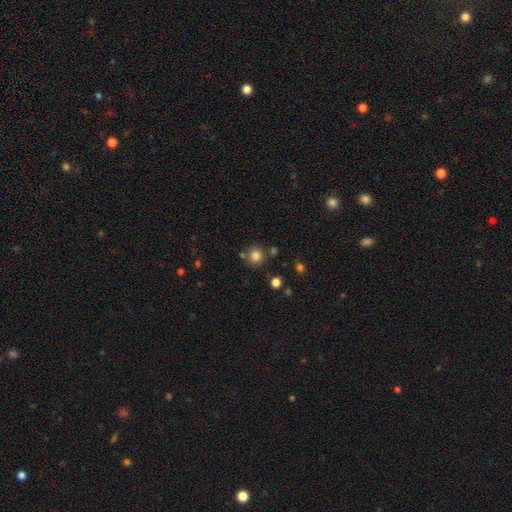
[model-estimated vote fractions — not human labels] Smooth or featured: smooth — 81% (star or artifact — 13%)
How rounded: round — 92% (in between — 7%)
Merging: none — 78% (merger — 10%)